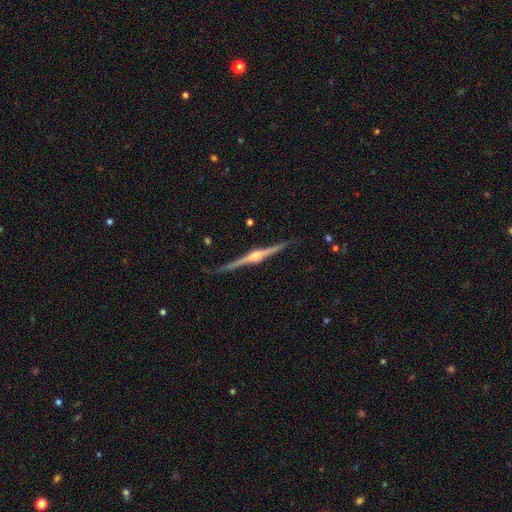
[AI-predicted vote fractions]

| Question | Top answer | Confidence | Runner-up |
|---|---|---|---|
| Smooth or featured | featured or disk | 88% | smooth (7%) |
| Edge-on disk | yes | 99% | no (1%) |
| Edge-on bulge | rounded | 92% | boxy (5%) |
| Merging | none | 90% | minor disturbance (8%) |